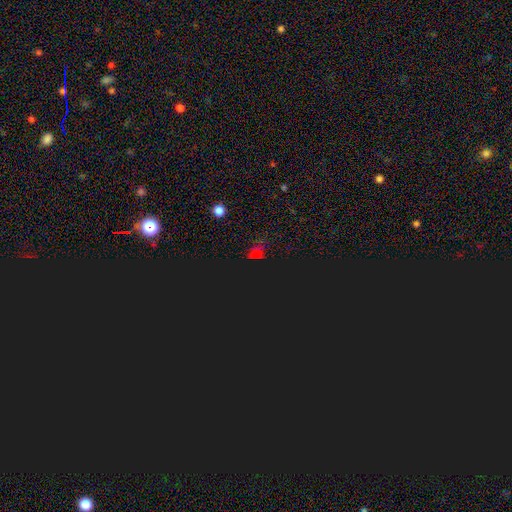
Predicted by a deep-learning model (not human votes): Smooth or featured: star or artifact — 72% (smooth — 21%)